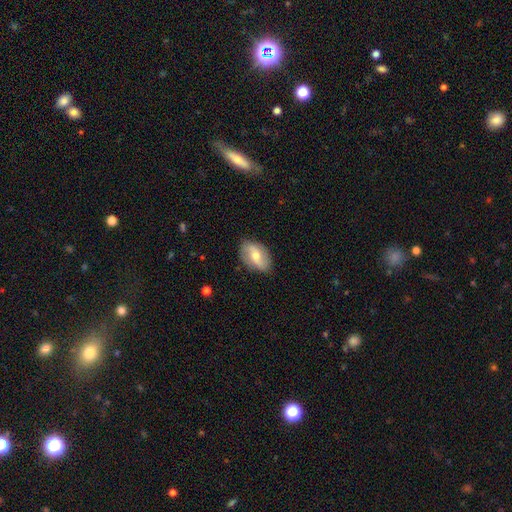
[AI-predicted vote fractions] smooth_or_featured: smooth (p=0.49) [alt: featured or disk p=0.44]
merging: none (p=0.81) [alt: minor disturbance p=0.14]